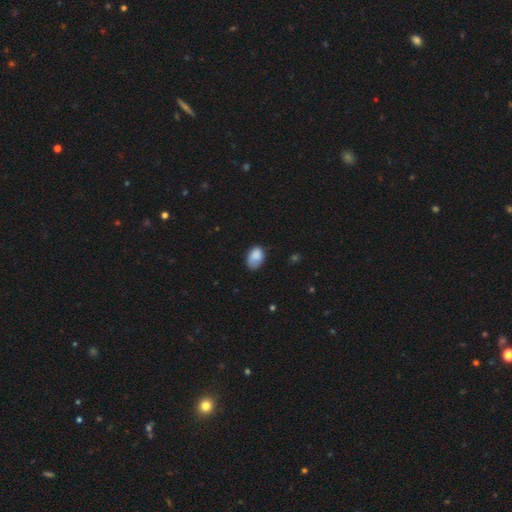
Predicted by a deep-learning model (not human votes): Morphology: type=smooth (84%); roundness=in between (82%); merging=none (55%).